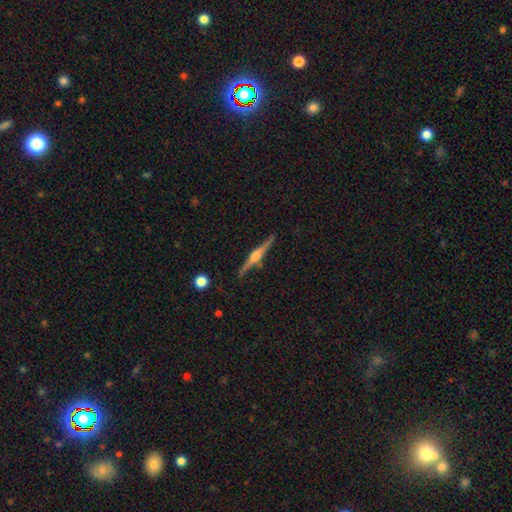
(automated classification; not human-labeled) smooth_or_featured: featured or disk (p=0.79) [alt: smooth p=0.15]
disk_edge_on: yes (p=0.98) [alt: no p=0.02]
edge_on_bulge: rounded (p=0.88) [alt: boxy p=0.08]
merging: none (p=0.86) [alt: minor disturbance p=0.10]